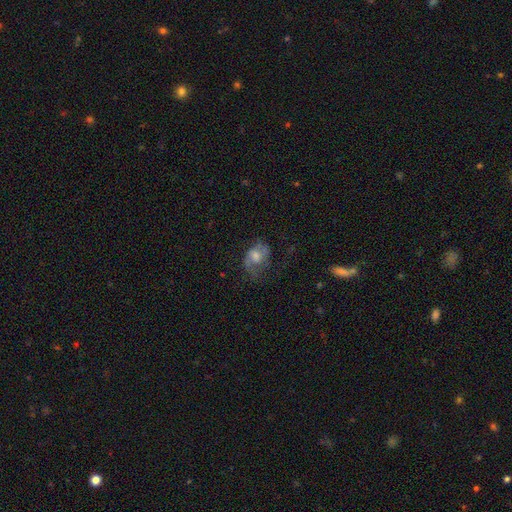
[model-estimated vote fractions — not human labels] This is likely a featured or disk galaxy (64%). It is clearly not viewed edge-on (97%). Bar: possibly no (57%). Spiral arm pattern: clearly yes (86%). Spiral arm count: likely 2 (73%). Spiral winding: possibly medium (47%). Central bulge: possibly moderate (51%). Merging: possibly none (58%).